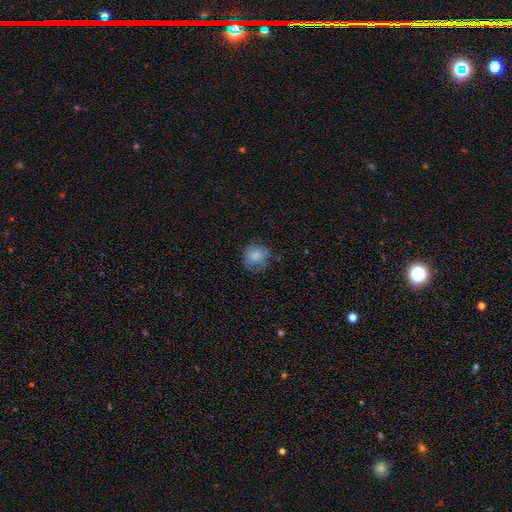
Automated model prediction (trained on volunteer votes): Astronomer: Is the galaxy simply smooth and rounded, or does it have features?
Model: smooth — 77%.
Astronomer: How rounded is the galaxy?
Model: round — 80%.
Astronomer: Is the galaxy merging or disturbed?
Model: none — 62%.